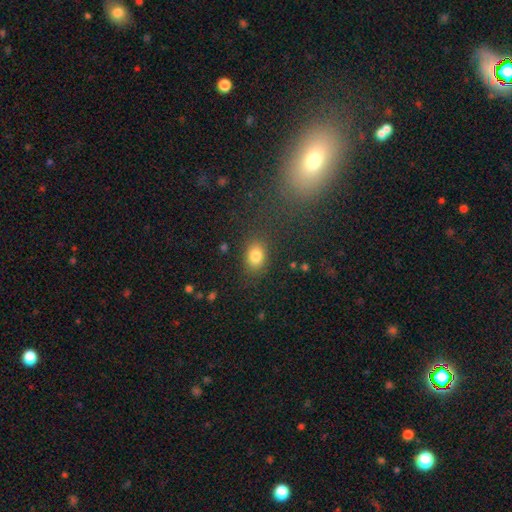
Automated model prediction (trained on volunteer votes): smooth_or_featured: smooth (p=0.82) [alt: star or artifact p=0.11]
how_rounded: in between (p=0.71) [alt: round p=0.27]
merging: none (p=0.81) [alt: minor disturbance p=0.12]